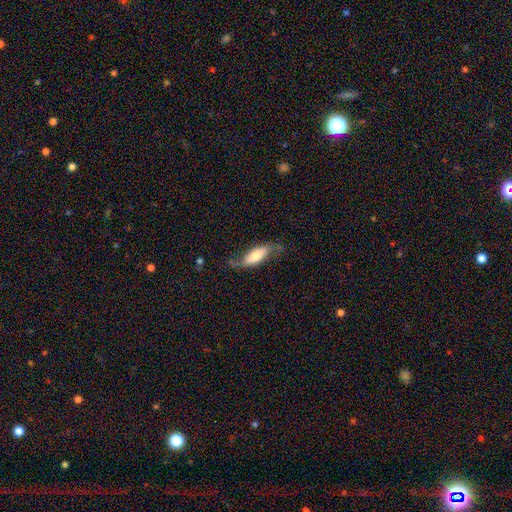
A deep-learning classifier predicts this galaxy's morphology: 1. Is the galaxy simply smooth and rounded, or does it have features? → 48% featured or disk, 45% smooth, 7% star or artifact.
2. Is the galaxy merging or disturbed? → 59% none, 26% minor disturbance, 13% major disturbance, 2% merger.